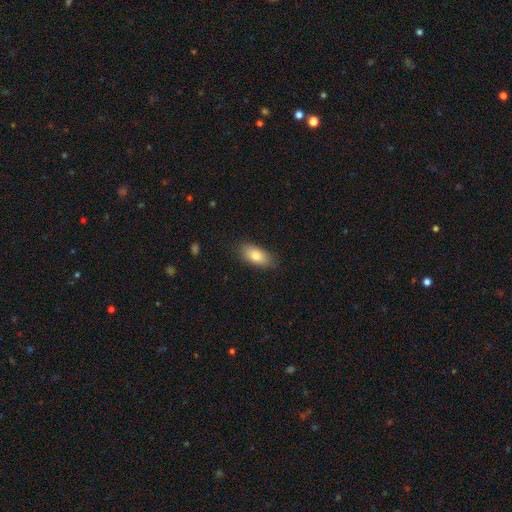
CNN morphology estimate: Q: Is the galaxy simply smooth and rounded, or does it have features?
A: smooth — 83%.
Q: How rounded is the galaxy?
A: in between — 89%.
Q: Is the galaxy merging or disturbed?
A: none — 84%.